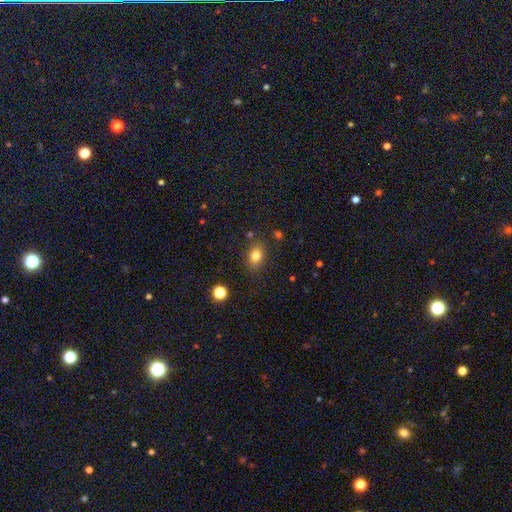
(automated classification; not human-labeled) Smooth or featured? smooth (80%)
How rounded? in between (62%)
Merging? none (82%)